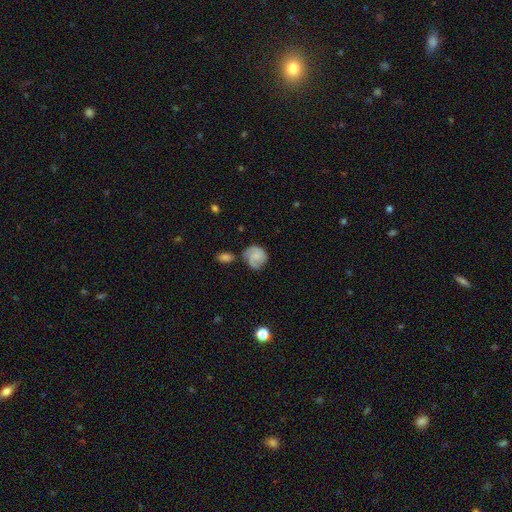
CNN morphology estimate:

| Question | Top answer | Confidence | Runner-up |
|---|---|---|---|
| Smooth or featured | featured or disk | 53% | smooth (39%) |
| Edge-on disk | no | 97% | yes (3%) |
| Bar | no | 62% | weak (32%) |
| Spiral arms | yes | 89% | no (11%) |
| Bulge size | none | 44% | small (34%) |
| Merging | none | 53% | minor disturbance (24%) |